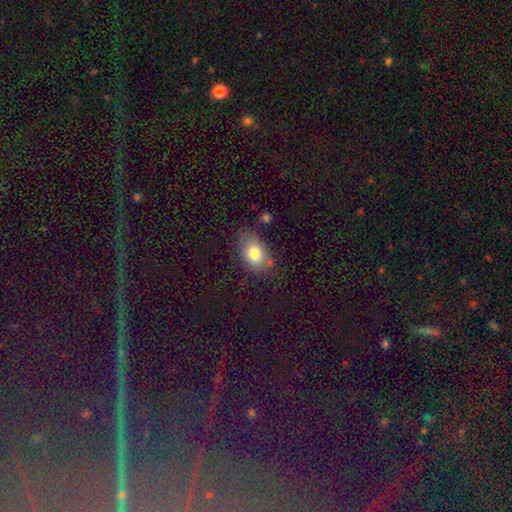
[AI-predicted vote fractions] smooth 78%, featured or disk 11%, star or artifact 11%. Down the decision tree: how rounded — in between (80%); merging — none (71%).